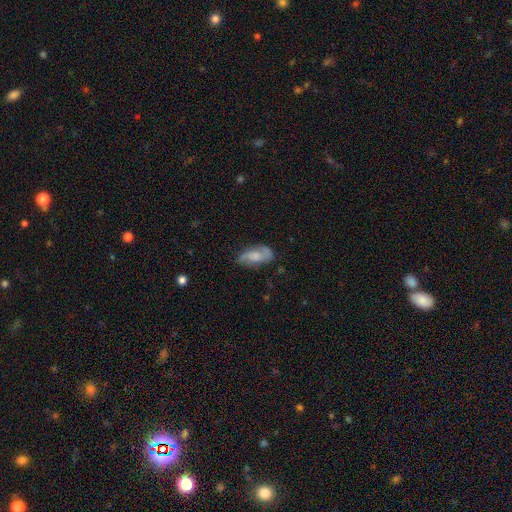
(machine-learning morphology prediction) This appears to be a featured or disk galaxy (56%) with no bar (61%), spiral arms (85%) and a moderate central bulge (34%). Merging: none (65%).